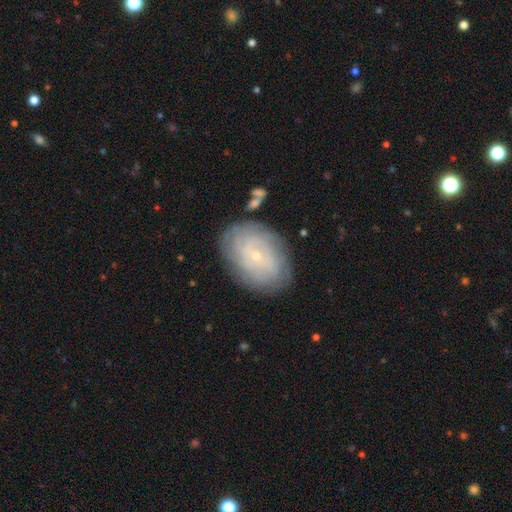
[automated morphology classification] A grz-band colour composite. It shows a featured or disk galaxy (70%) with no bar (68%), tight (76%) spiral arms (86%) and a small central bulge (86%). Merging: none (81%).